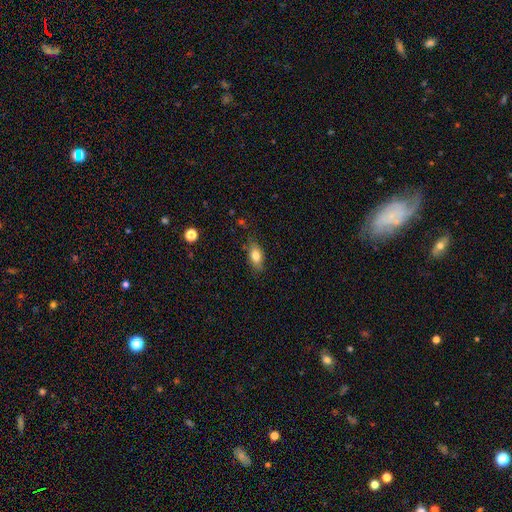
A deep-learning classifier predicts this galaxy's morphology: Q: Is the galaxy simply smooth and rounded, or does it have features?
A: smooth — 78%.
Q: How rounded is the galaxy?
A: in between — 84%.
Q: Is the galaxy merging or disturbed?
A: none — 79%.